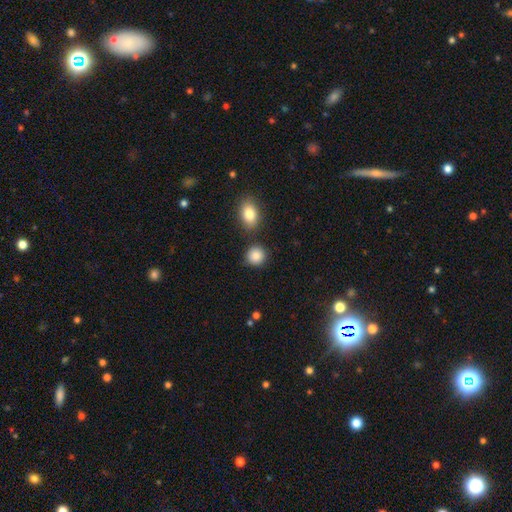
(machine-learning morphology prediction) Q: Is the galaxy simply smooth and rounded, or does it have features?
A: smooth — 86%.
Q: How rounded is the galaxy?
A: round — 86%.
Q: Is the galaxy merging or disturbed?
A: none — 82%.